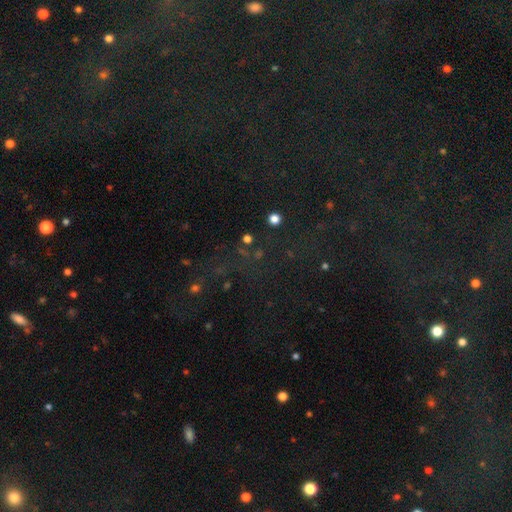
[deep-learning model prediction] Smooth or featured: star or artifact — 77% (smooth — 13%)